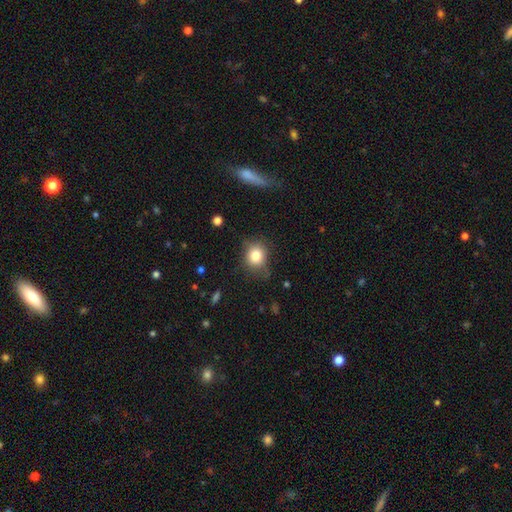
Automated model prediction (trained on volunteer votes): smooth 81%, star or artifact 10%, featured or disk 9%. Down the decision tree: how rounded — round (73%); merging — none (73%).